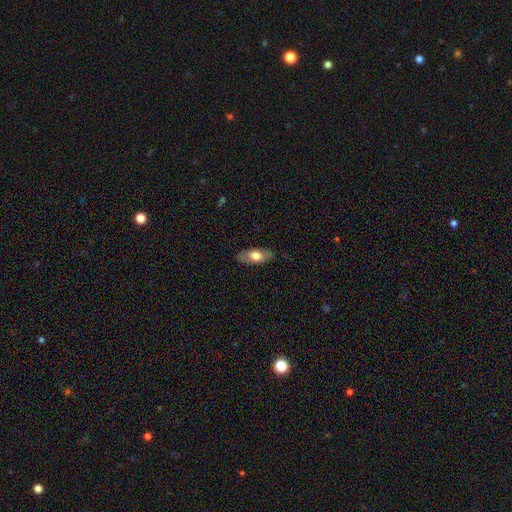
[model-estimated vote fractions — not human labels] Smooth or featured? smooth (63%)
How rounded? in between (84%)
Merging? none (83%)